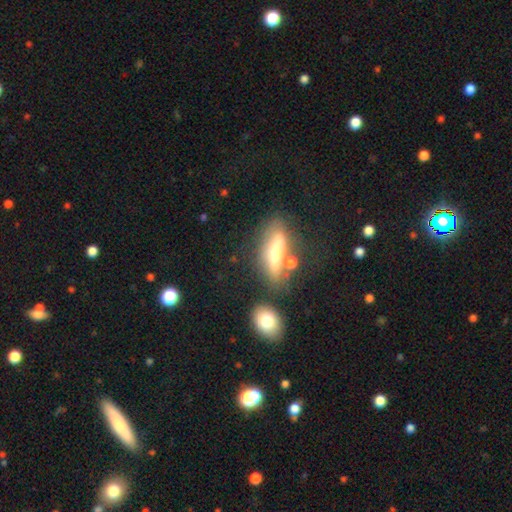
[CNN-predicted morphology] smooth 46%, featured or disk 40%, star or artifact 13%. Down the decision tree: merging — none (58%).